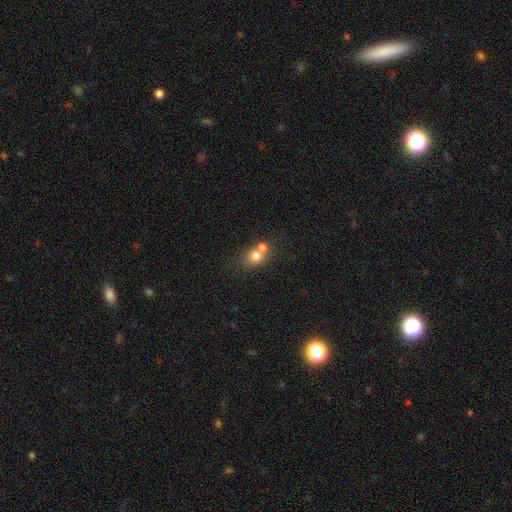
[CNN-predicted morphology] type=smooth (74%); roundness=round (67%); merging=merger (56%).